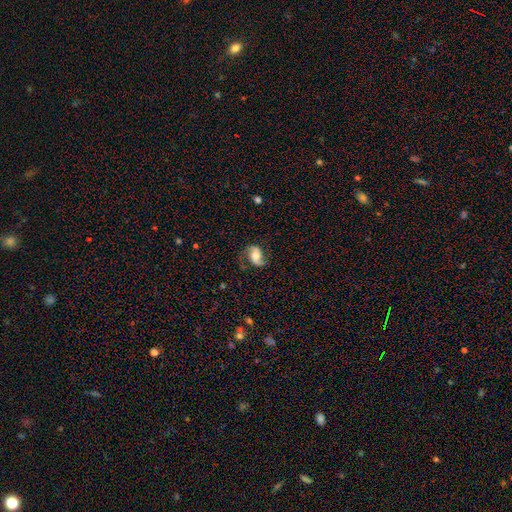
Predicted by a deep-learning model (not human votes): A featured or disk galaxy (70%) with no bar (54%), 2 (87%) loose (50%) spiral arms (93%) and a moderate central bulge (53%). Merging: none (66%).